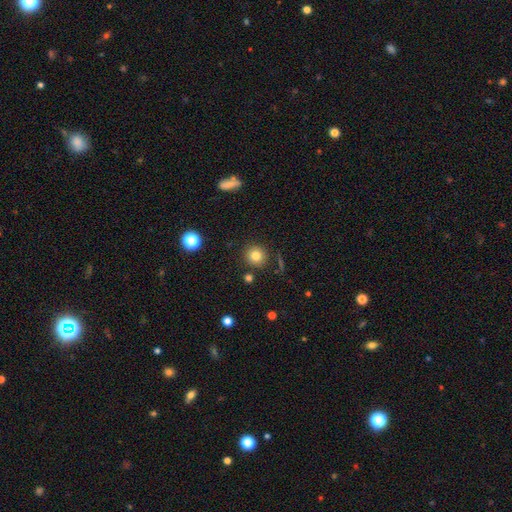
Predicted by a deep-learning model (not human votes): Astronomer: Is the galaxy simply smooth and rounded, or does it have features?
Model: smooth — 82%.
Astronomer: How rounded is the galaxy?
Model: round — 92%.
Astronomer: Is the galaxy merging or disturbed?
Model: none — 86%.